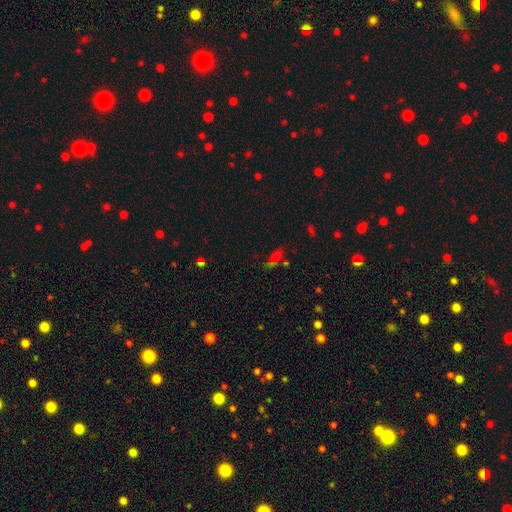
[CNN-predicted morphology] Smooth or featured? Predicted: star or artifact (p=0.43).